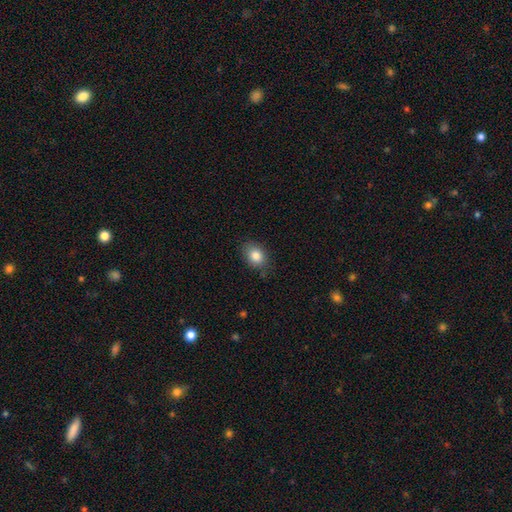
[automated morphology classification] The model was most divided on "how rounded": in between: 68%, round: 31%, cigar-shaped: 1%. More confident: smooth or featured — smooth (84%); merging — none (81%).